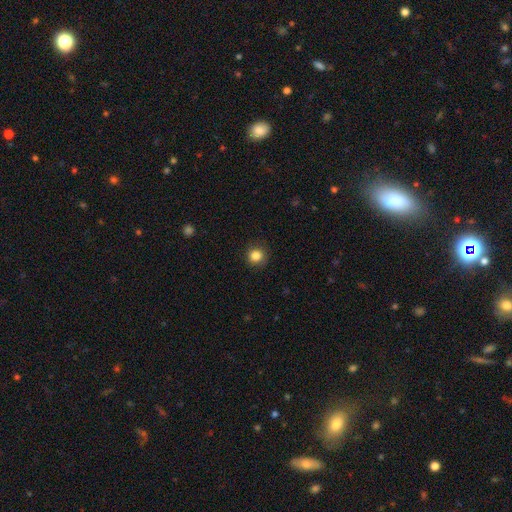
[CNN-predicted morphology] smooth-or-featured: smooth: 85% | star or artifact: 11% | featured or disk: 4%
  how-rounded: round: 91% | in between: 8% | cigar-shaped: 1%
  merging: none: 89% | minor disturbance: 8% | major disturbance: 2% | merger: 1%